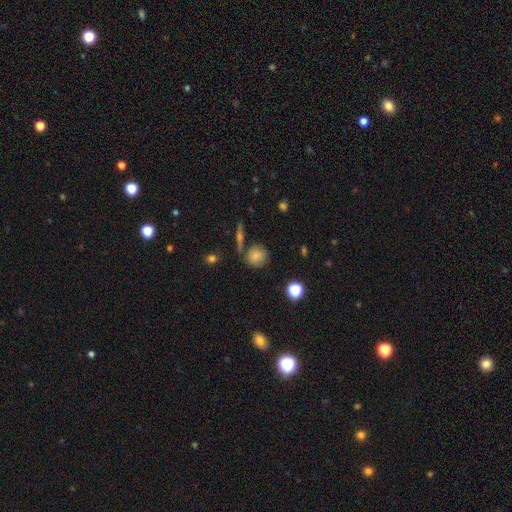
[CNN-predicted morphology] smooth 76%, star or artifact 12%, featured or disk 12%. Down the decision tree: how rounded — round (84%); merging — none (71%).